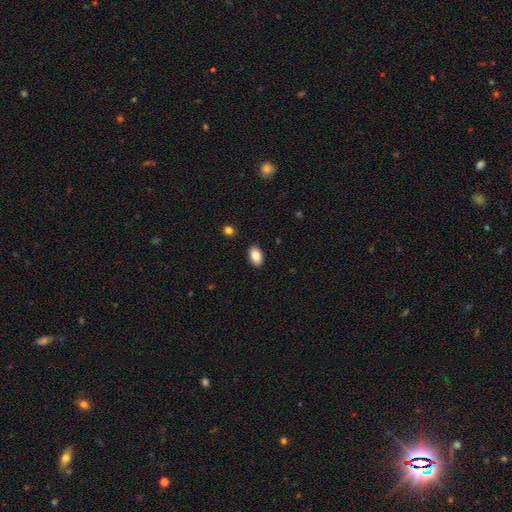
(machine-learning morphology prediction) This appears to be a smooth galaxy with no disk features (88%) that is in between round and cigar-shaped (90%). Merging: none (88%).